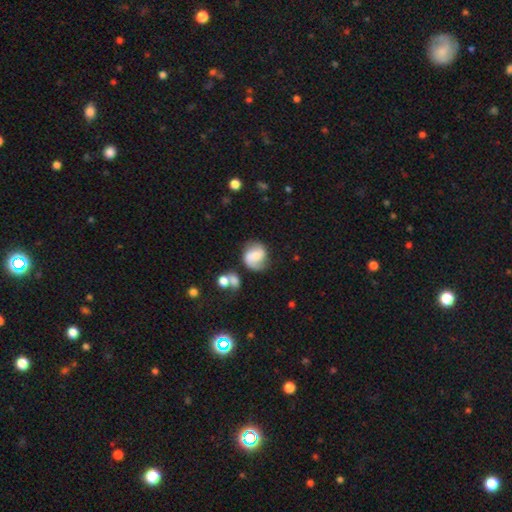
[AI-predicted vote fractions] Overall: featured or disk (53%; smooth 38%). Edge-on disk: no (98%). Bar: no (44%; weak 40%). Spiral arms: yes (88%). Bulge size: small (36%; moderate 29%). Merging: none (58%; minor disturbance 22%).